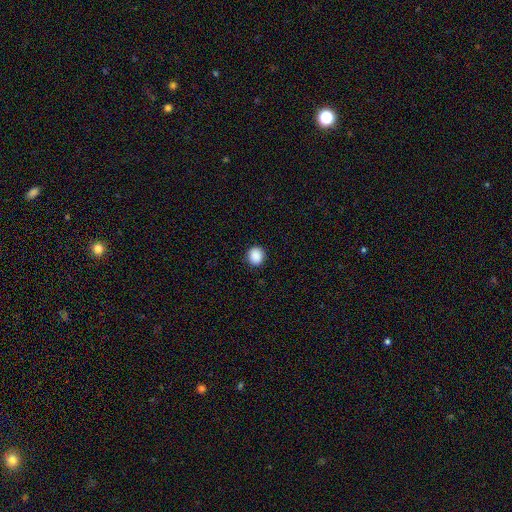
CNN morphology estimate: smooth-or-featured: smooth: 89% | star or artifact: 8% | featured or disk: 2%
  how-rounded: round: 80% | in between: 19% | cigar-shaped: 1%
  merging: none: 91% | minor disturbance: 6% | major disturbance: 2% | merger: 1%